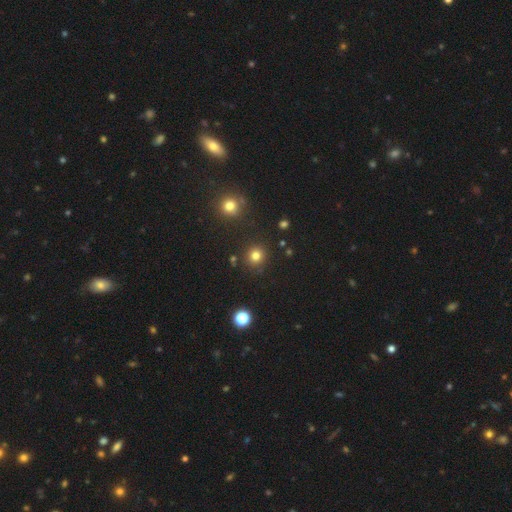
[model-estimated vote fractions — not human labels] Smooth or featured? Predicted: smooth (p=0.80). How rounded? Predicted: round (p=0.92). Merging? Predicted: none (p=0.89).